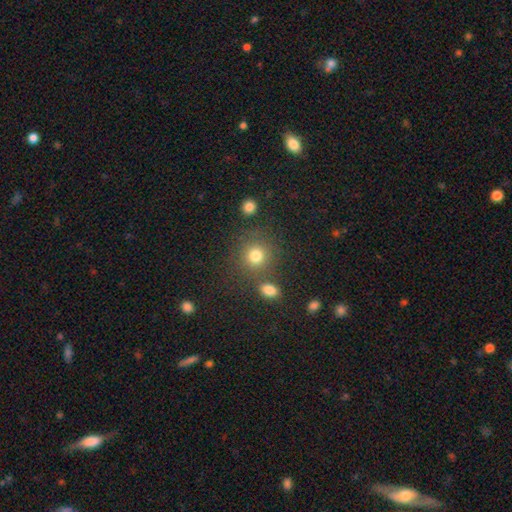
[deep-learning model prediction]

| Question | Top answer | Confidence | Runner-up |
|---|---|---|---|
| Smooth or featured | smooth | 79% | star or artifact (14%) |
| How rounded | round | 87% | in between (12%) |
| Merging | none | 75% | merger (11%) |